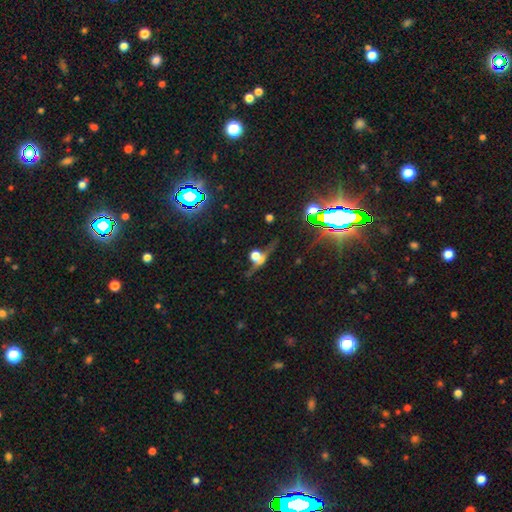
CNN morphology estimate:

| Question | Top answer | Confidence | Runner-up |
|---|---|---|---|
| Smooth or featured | smooth | 41% | featured or disk (32%) |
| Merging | none | 32% | tied: merger (32%) |